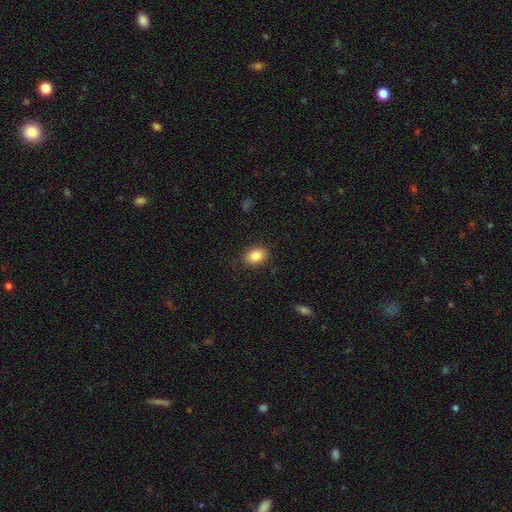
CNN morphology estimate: type=smooth (85%); roundness=in between (79%); merging=none (86%).